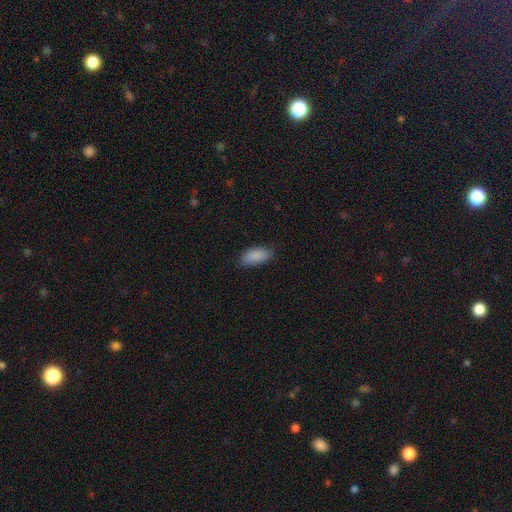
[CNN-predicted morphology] Smooth or featured?
  - smooth: 88% *
  - star or artifact: 6%
  - featured or disk: 5%
How rounded?
  - in between: 89% *
  - cigar-shaped: 8%
  - round: 2%
Merging?
  - none: 80% *
  - minor disturbance: 16%
  - major disturbance: 3%
  - merger: 1%